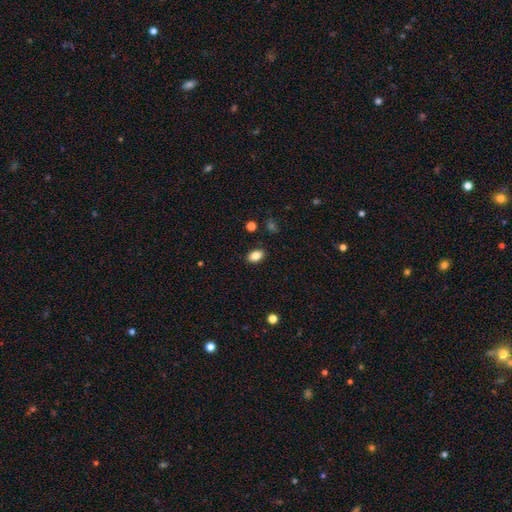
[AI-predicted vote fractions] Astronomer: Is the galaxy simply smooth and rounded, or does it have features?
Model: smooth — 84%.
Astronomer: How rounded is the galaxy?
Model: in between — 88%.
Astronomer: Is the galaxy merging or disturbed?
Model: none — 88%.